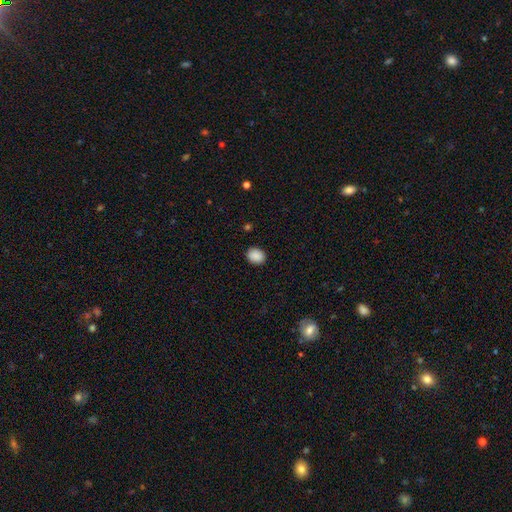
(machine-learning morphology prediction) Smooth or featured? smooth (89%)
How rounded? round (59%)
Merging? none (90%)